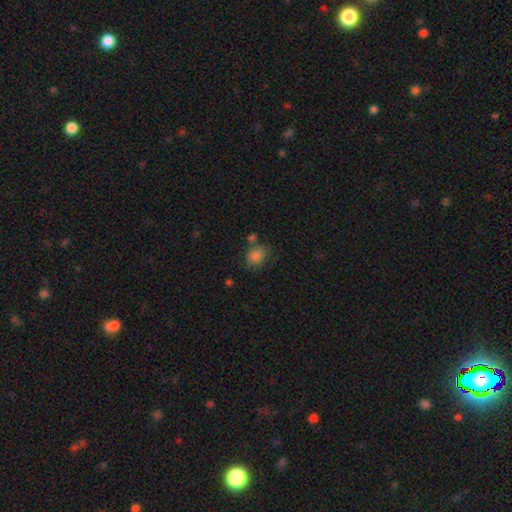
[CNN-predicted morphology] smooth-or-featured: smooth: 83% | star or artifact: 10% | featured or disk: 7%
  how-rounded: round: 61% | in between: 38% | cigar-shaped: 1%
  merging: none: 60% | minor disturbance: 20% | merger: 13% | major disturbance: 7%